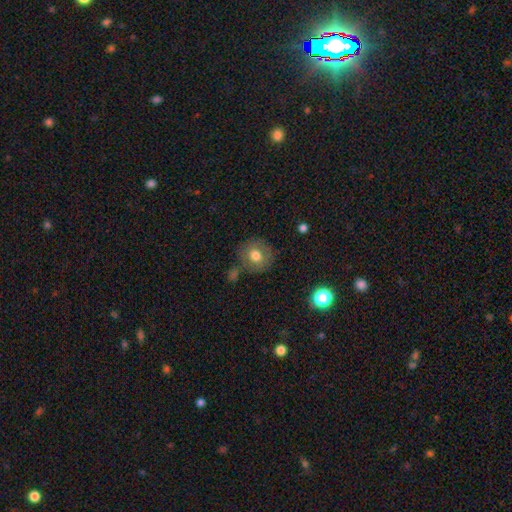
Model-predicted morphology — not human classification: A smooth galaxy with no disk features (72%) that is round (87%). Merging: none (77%).